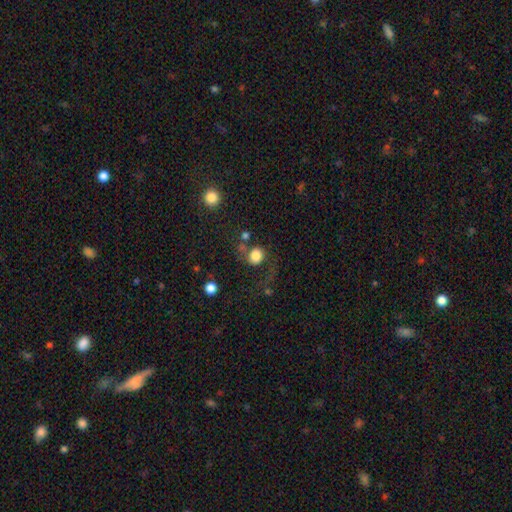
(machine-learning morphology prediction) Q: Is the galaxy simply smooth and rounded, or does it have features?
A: smooth — 79%.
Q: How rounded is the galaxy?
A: round — 80%.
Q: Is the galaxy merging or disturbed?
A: none — 54%.